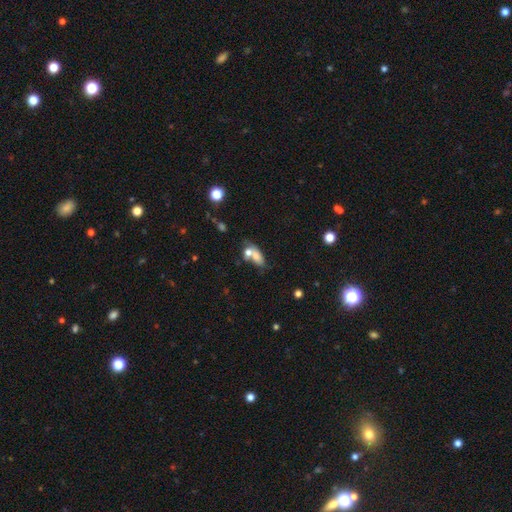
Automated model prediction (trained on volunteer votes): Smooth or featured? Predicted: smooth (p=0.69). How rounded? Predicted: in between (p=0.78). Merging? Predicted: merger (p=0.50).